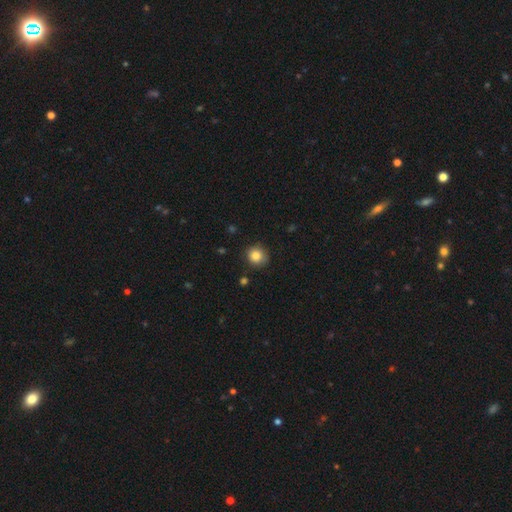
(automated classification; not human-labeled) smooth_or_featured: smooth (p=0.84) [alt: star or artifact p=0.10]
how_rounded: round (p=0.92) [alt: in between p=0.07]
merging: none (p=0.87) [alt: minor disturbance p=0.10]